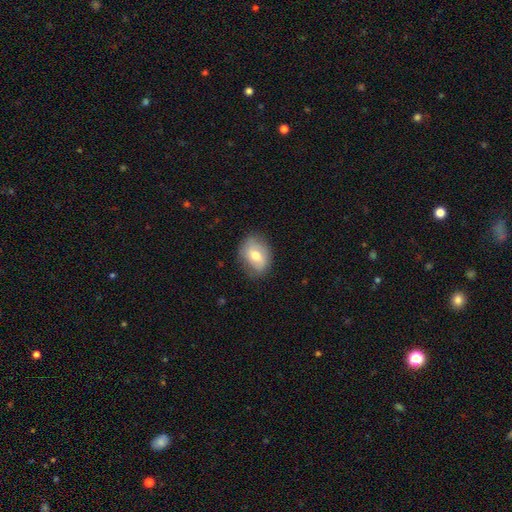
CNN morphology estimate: Overall: smooth (61%; featured or disk 32%). How rounded: in between (66%; round 33%). Merging: none (77%).